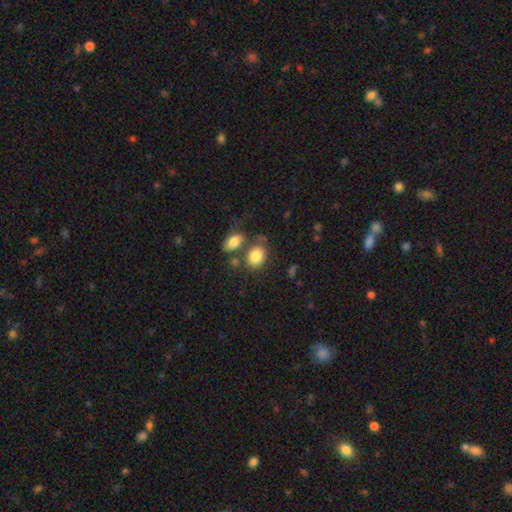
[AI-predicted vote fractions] Overall: smooth (84%). How rounded: in between (68%; round 31%). Merging: none (58%; merger 22%).